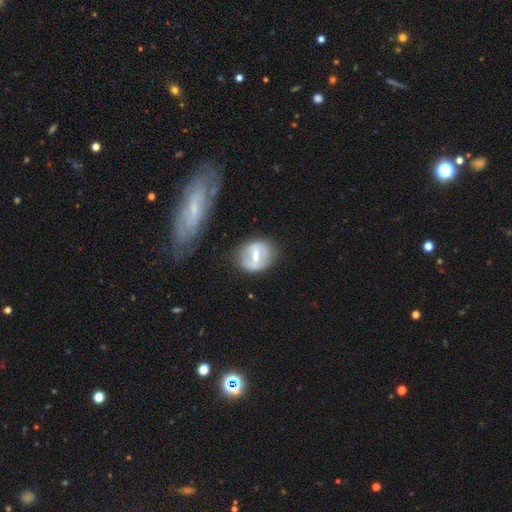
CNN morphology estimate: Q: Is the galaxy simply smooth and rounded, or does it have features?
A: featured or disk — 56%.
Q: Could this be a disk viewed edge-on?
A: no — 93%.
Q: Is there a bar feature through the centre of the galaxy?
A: strong — 55%.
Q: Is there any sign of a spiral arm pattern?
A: no — 67%.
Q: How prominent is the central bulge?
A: moderate — 53%.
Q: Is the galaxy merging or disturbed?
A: none — 69%.